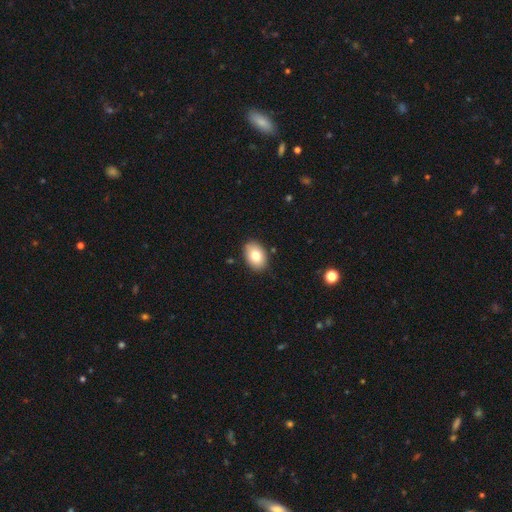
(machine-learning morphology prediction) Q: Smooth or featured?
A: smooth (80%); runner-up: featured or disk (12%)
Q: How rounded?
A: in between (86%); runner-up: round (13%)
Q: Merging?
A: none (86%); runner-up: minor disturbance (10%)